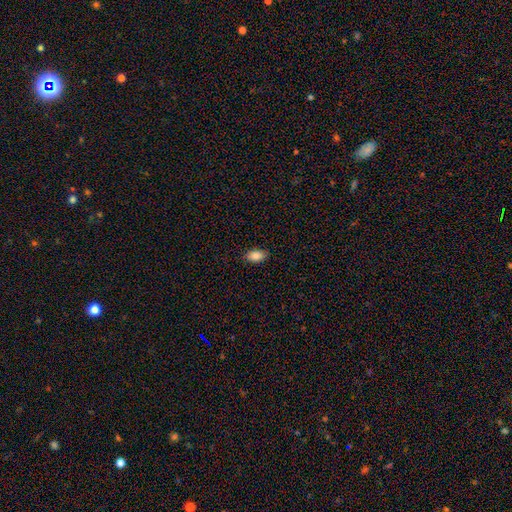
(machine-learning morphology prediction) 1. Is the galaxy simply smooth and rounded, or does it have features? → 84% smooth, 8% featured or disk, 8% star or artifact.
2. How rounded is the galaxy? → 92% in between, 5% round, 3% cigar-shaped.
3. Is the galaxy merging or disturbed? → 88% none, 9% minor disturbance, 2% major disturbance, 1% merger.